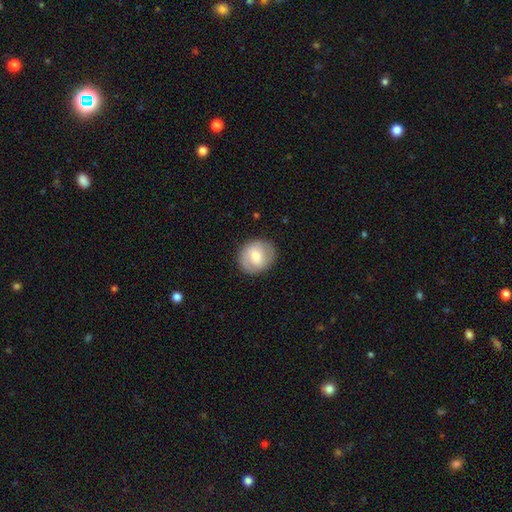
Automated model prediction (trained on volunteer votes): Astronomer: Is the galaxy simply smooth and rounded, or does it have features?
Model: smooth — 53% (runner-up: featured or disk, 40%).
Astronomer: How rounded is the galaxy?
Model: round — 75%.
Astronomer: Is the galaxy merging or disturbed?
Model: none — 85%.